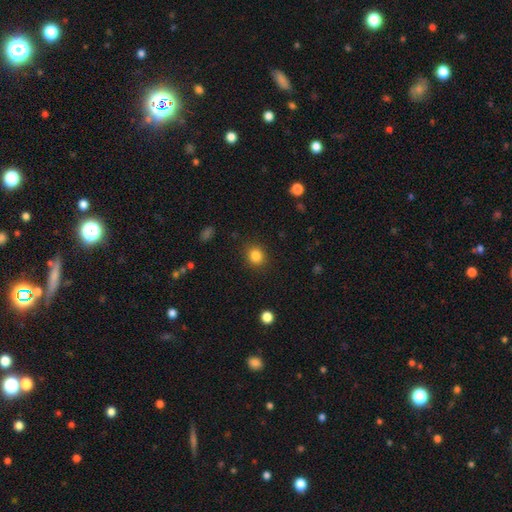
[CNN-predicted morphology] A smooth galaxy with no disk features (84%) that is round (80%).

Vote fractions:
- Smooth or featured? smooth: 84% / star or artifact: 11% / featured or disk: 5%
- How rounded? round: 80% / in between: 19% / cigar-shaped: 1%
- Merging? none: 89% / minor disturbance: 7% / major disturbance: 2% / merger: 1%